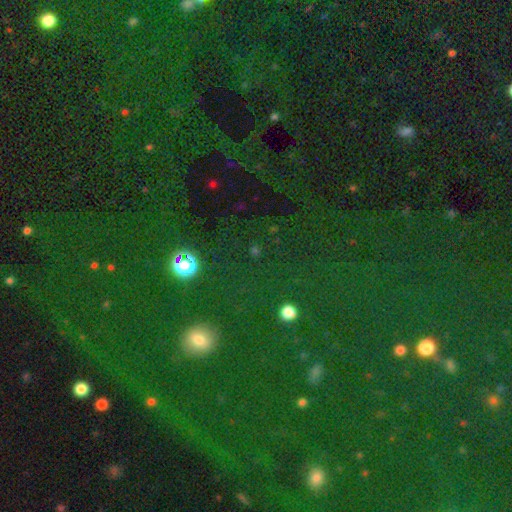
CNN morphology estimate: Smooth or featured: star or artifact — 69% (smooth — 23%)